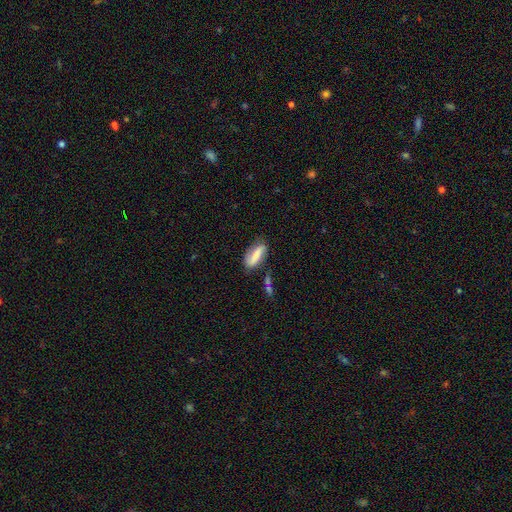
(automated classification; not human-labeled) The model was most divided on "smooth or featured": smooth: 54%, featured or disk: 38%, star or artifact: 8%. More confident: how rounded — in between (69%); merging — none (67%).